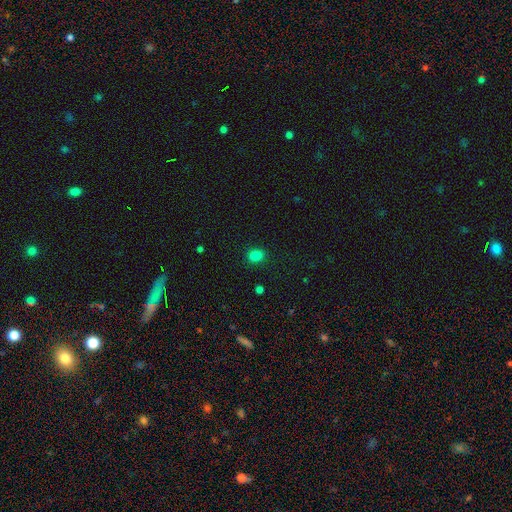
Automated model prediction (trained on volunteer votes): Smooth or featured?
  - smooth: 84% *
  - star or artifact: 13%
  - featured or disk: 3%
How rounded?
  - in between: 59% *
  - round: 40%
  - cigar-shaped: 1%
Merging?
  - none: 88% *
  - minor disturbance: 8%
  - major disturbance: 3%
  - merger: 1%